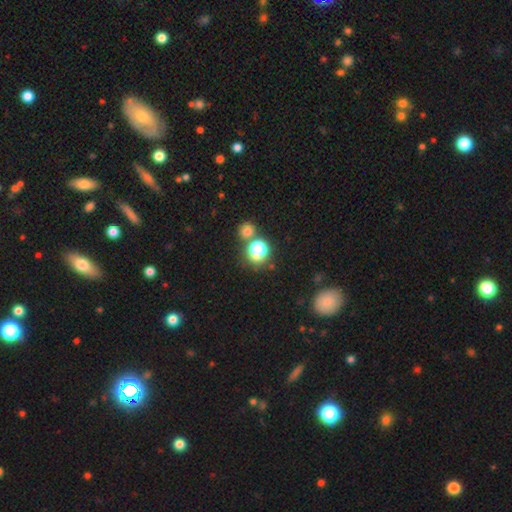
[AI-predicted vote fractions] Smooth or featured?
  - smooth: 61% *
  - star or artifact: 30%
  - featured or disk: 9%
How rounded?
  - round: 78% *
  - in between: 21%
  - cigar-shaped: 1%
Merging?
  - none: 59% *
  - merger: 26%
  - minor disturbance: 9%
  - major disturbance: 5%